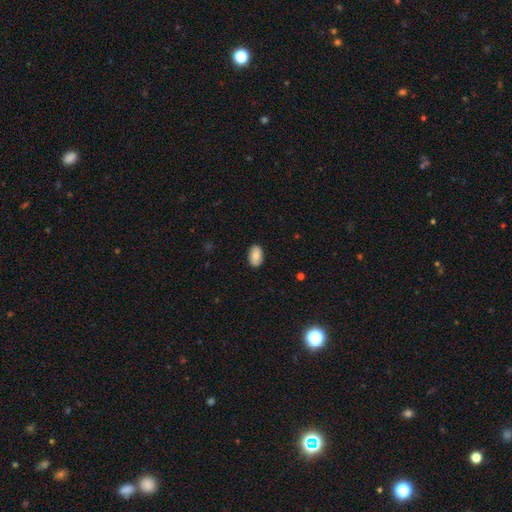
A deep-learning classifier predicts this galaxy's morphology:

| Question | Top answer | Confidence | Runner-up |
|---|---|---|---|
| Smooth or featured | smooth | 79% | featured or disk (14%) |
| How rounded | in between | 92% | round (7%) |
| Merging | none | 85% | minor disturbance (11%) |